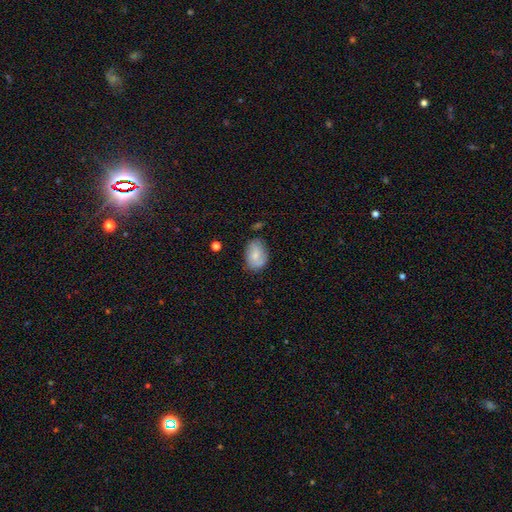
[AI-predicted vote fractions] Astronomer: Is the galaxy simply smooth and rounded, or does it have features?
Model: smooth — 66%.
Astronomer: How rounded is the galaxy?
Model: in between — 77%.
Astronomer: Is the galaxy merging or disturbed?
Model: none — 70%.